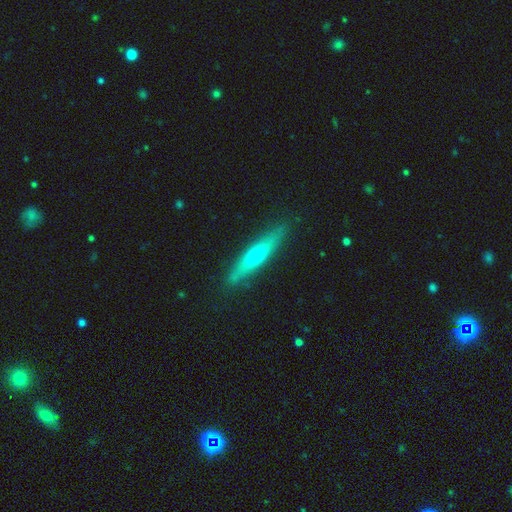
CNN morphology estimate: The model was most divided on "smooth or featured": featured or disk: 50%, smooth: 44%, star or artifact: 6%. More confident: merging — none (86%).